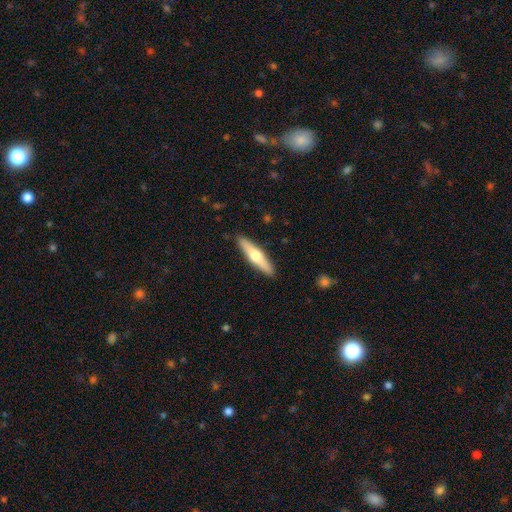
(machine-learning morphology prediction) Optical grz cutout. It shows a featured or disk galaxy (48%). Merging: none (90%).